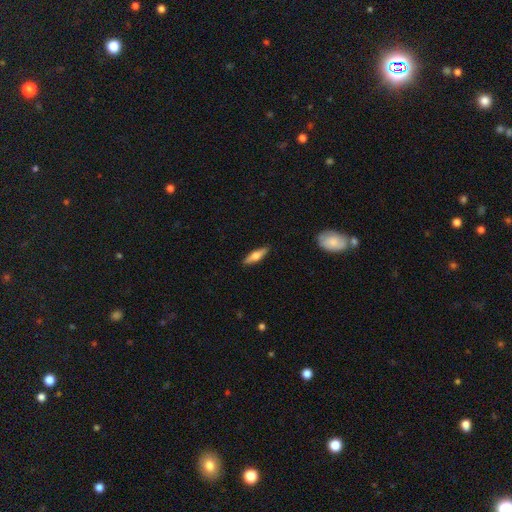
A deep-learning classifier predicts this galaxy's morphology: The model was most divided on "smooth or featured": smooth: 55%, featured or disk: 39%, star or artifact: 6%. More confident: merging — none (89%); how rounded — cigar-shaped (60%).